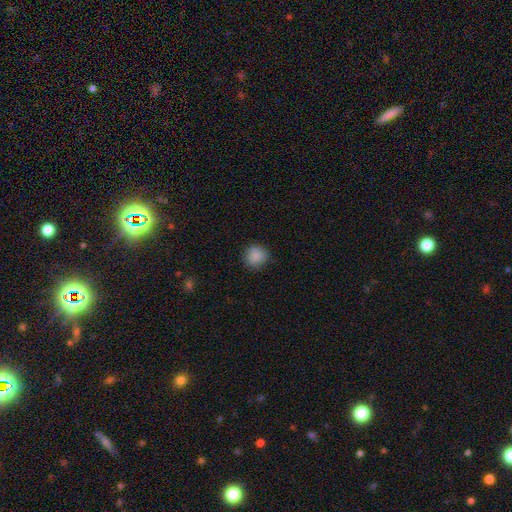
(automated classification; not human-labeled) This is clearly a smooth galaxy (87%). How rounded: clearly round (90%). Merging: clearly none (86%).